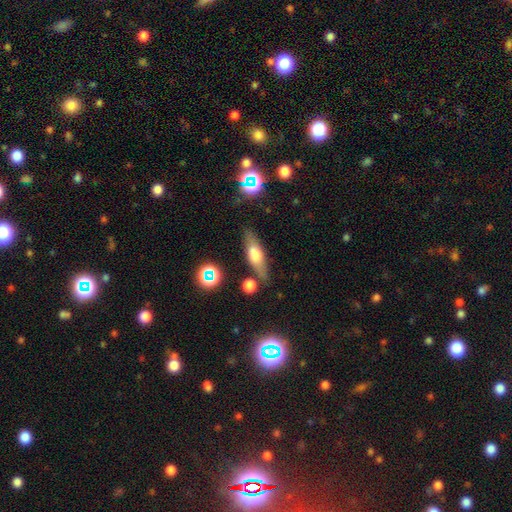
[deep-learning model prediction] Smooth or featured? Predicted: smooth (p=0.49). Merging? Predicted: none (p=0.76).